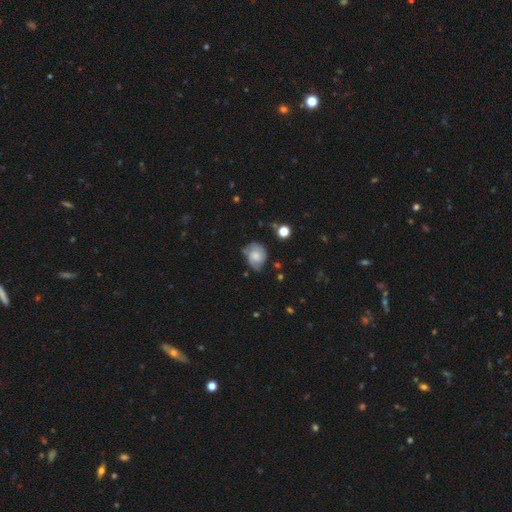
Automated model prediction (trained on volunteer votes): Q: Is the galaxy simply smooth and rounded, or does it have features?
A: featured or disk — 48%.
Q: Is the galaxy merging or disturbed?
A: none — 55%.